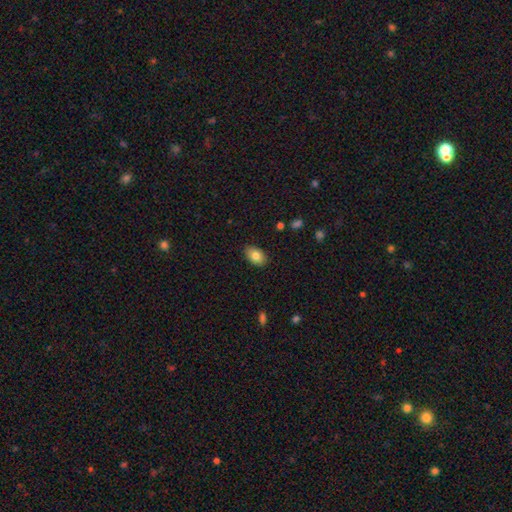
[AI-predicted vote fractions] smooth_or_featured: smooth (p=0.83) [alt: featured or disk p=0.10]
how_rounded: in between (p=0.89) [alt: round p=0.10]
merging: none (p=0.86) [alt: minor disturbance p=0.11]